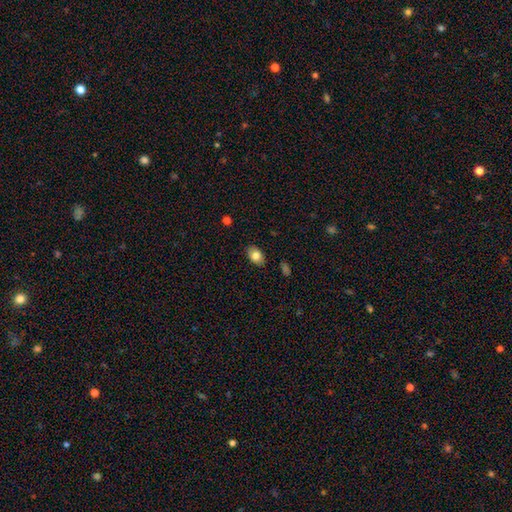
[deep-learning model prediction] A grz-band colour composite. It shows a smooth galaxy with no disk features (80%) that is in between round and cigar-shaped (88%). Merging: none (87%).